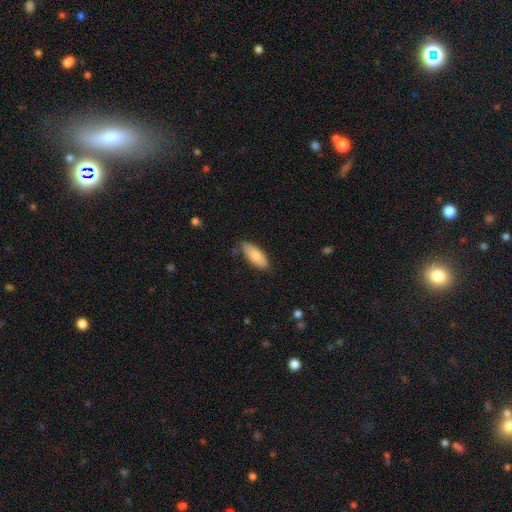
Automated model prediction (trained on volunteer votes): The model was most divided on "merging": none: 78%, minor disturbance: 17%, major disturbance: 3%, merger: 2%. More confident: smooth or featured — smooth (83%); how rounded — in between (82%).